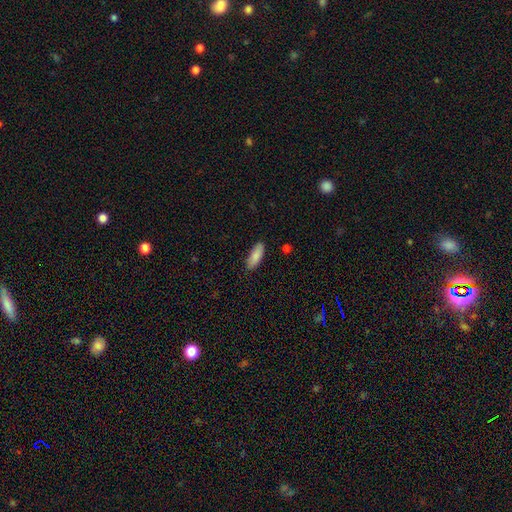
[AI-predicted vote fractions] Smooth or featured: smooth — 87% (featured or disk — 7%)
How rounded: in between — 70% (cigar-shaped — 29%)
Merging: none — 87% (minor disturbance — 10%)